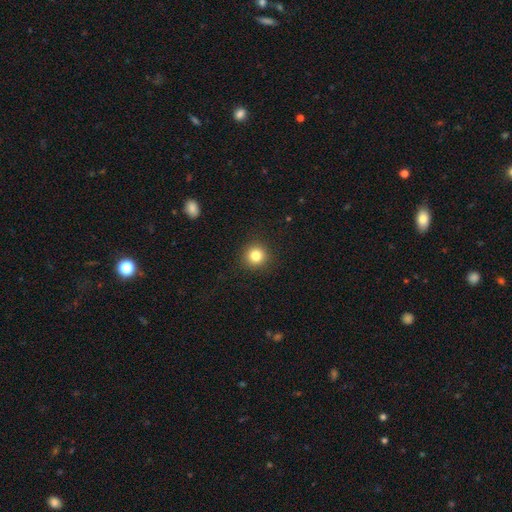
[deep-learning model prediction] smooth 82%, star or artifact 12%, featured or disk 6%. Down the decision tree: how rounded — round (94%); merging — none (91%).